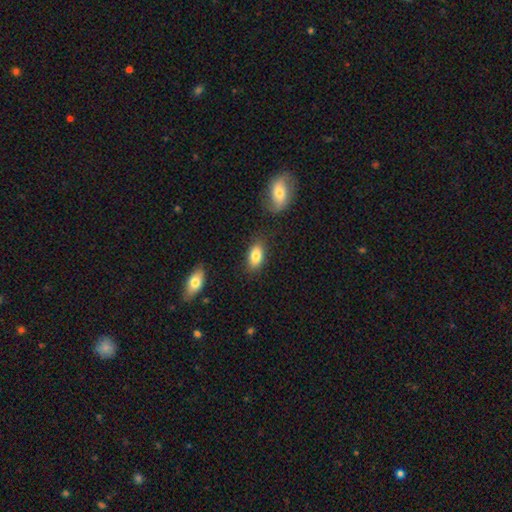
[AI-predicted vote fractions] smooth_or_featured: smooth (p=0.84) [alt: featured or disk p=0.09]
how_rounded: in between (p=0.90) [alt: round p=0.06]
merging: none (p=0.82) [alt: minor disturbance p=0.12]